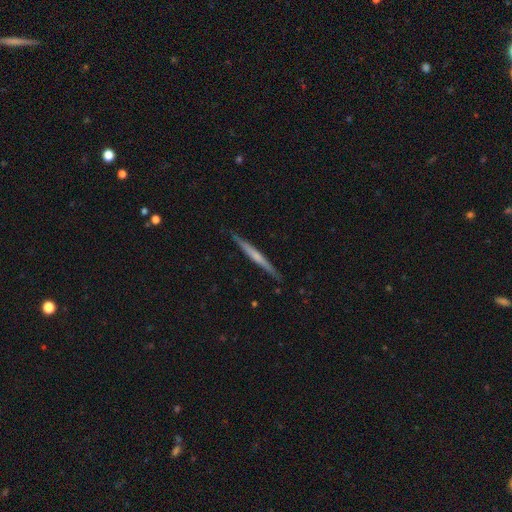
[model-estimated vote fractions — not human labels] Smooth or featured? Predicted: featured or disk (p=0.55). Edge-on disk? Predicted: yes (p=0.97). Edge-on bulge? Predicted: none (p=0.66). Merging? Predicted: none (p=0.90).